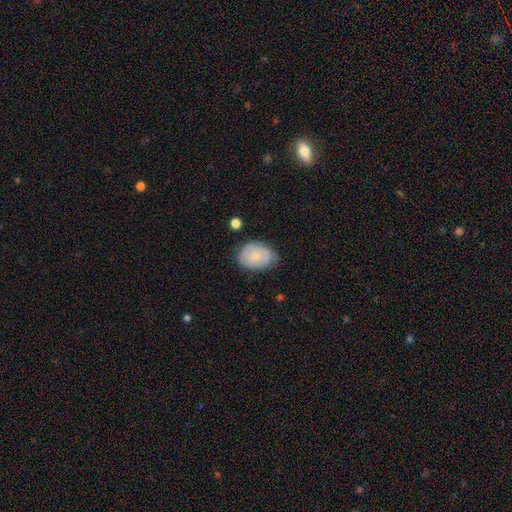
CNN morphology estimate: type=smooth (50%); merging=none (67%).